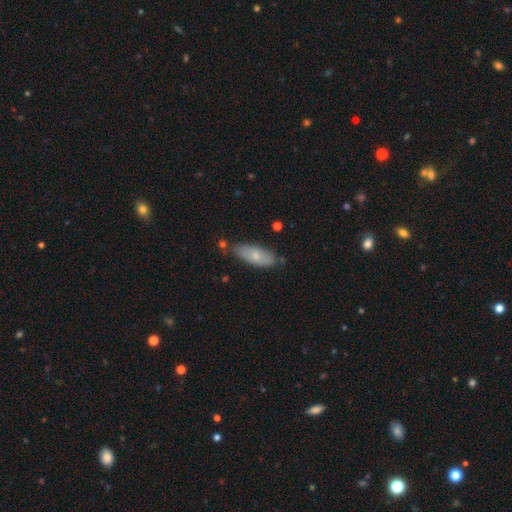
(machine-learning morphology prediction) smooth-or-featured: smooth: 70% | featured or disk: 23% | star or artifact: 6%
  how-rounded: in between: 75% | cigar-shaped: 23% | round: 2%
  merging: none: 71% | minor disturbance: 21% | merger: 5% | major disturbance: 4%